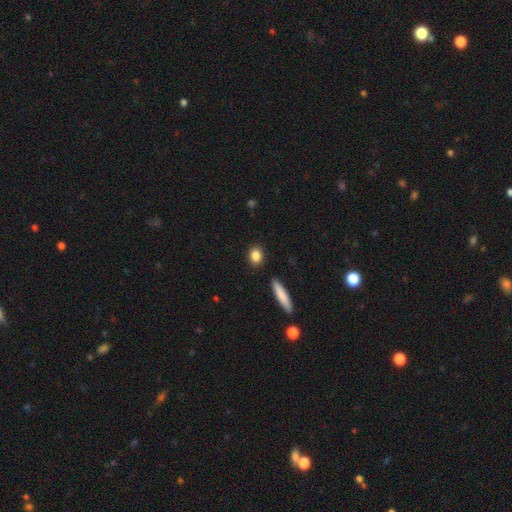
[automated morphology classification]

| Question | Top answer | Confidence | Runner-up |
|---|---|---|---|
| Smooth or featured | smooth | 86% | star or artifact (8%) |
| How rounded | in between | 54% | round (40%) |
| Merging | none | 88% | minor disturbance (8%) |